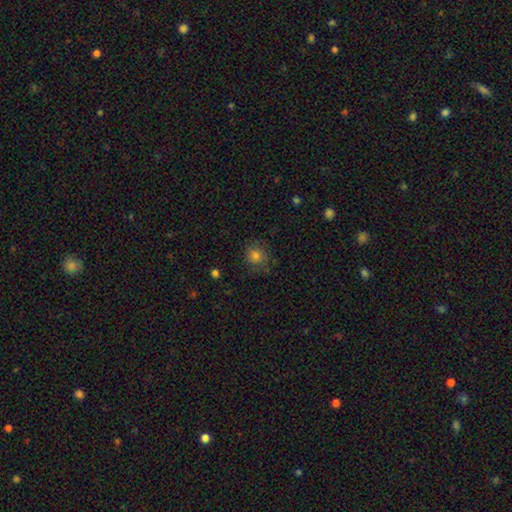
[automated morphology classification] The model was most divided on "merging": none: 72%, minor disturbance: 19%, major disturbance: 8%, merger: 1%. More confident: how rounded — round (80%); smooth or featured — smooth (72%).